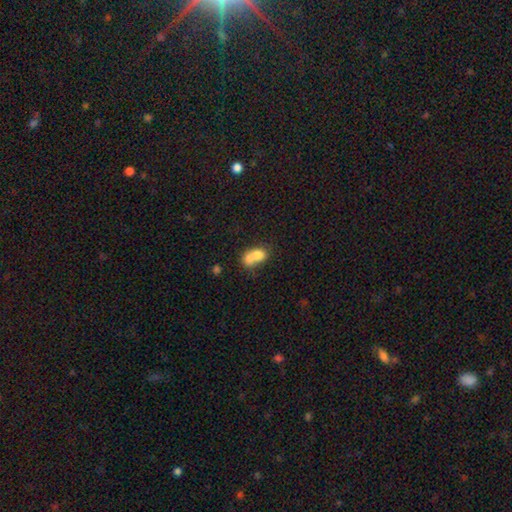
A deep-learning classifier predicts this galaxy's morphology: The model was most divided on "how rounded": in between: 65%, round: 33%, cigar-shaped: 2%. More confident: smooth or featured — smooth (72%); merging — merger (67%).